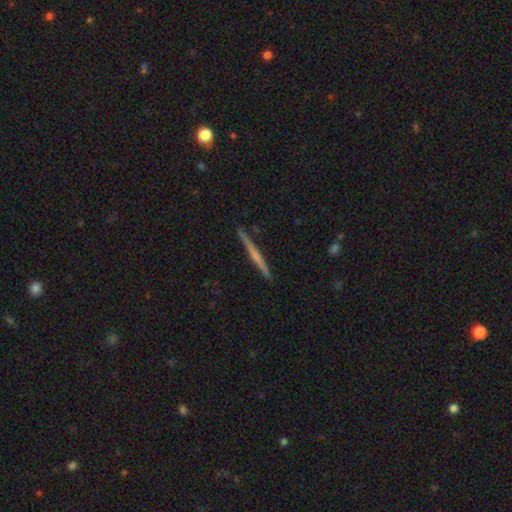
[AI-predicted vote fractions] featured or disk 58%, smooth 36%, star or artifact 5%. Down the decision tree: edge-on disk — yes (98%); edge-on bulge — none (68%); merging — none (91%).